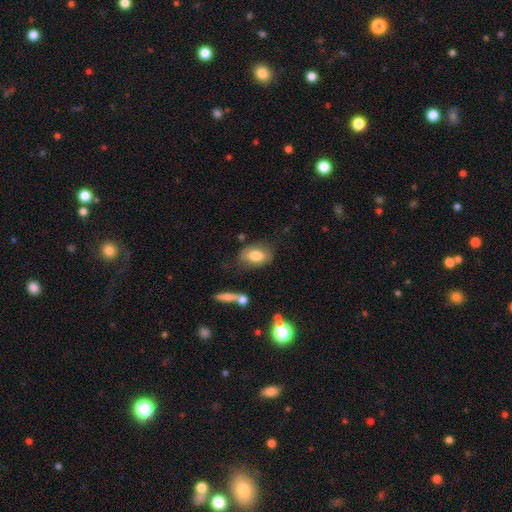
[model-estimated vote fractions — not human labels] Smooth or featured? Predicted: smooth (p=0.75). How rounded? Predicted: in between (p=0.83). Merging? Predicted: none (p=0.66).